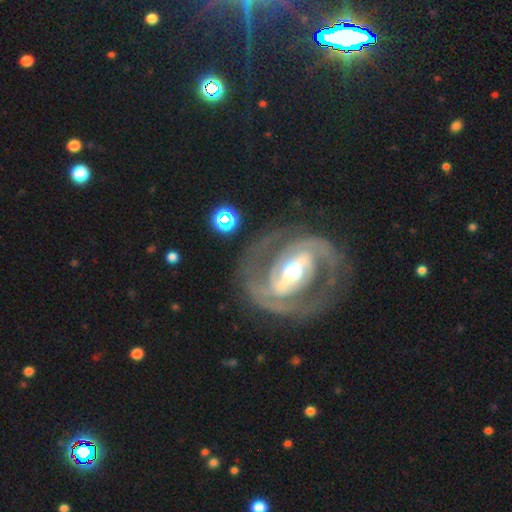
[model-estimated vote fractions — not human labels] Smooth or featured? Predicted: featured or disk (p=0.86). Edge-on disk? Predicted: no (p=0.95). Bar? Predicted: strong (p=0.62). Spiral arms? Predicted: yes (p=0.86). Spiral winding? Predicted: tight (p=0.45). Spiral arm count? Predicted: 2 (p=0.81). Bulge size? Predicted: moderate (p=0.59). Merging? Predicted: none (p=0.72).